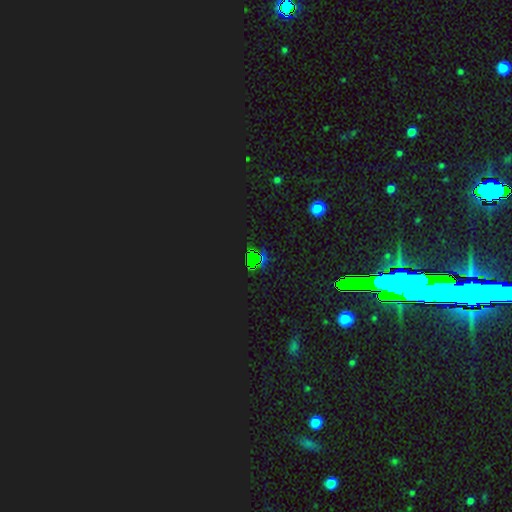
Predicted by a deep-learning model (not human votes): A star or artifact, not a galaxy (79%).

Vote fractions:
- Smooth or featured? star or artifact: 79% / smooth: 12% / featured or disk: 9%